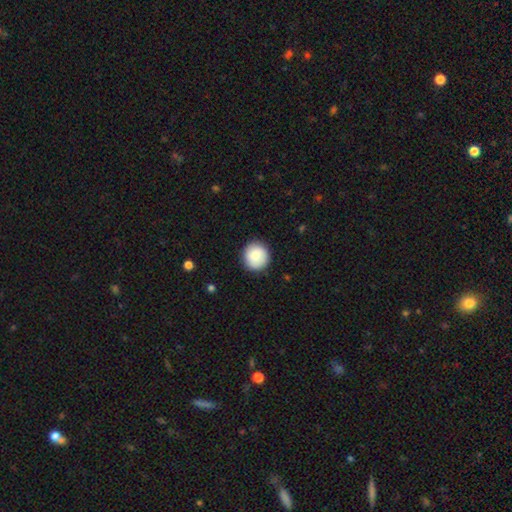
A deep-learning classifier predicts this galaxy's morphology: smooth-or-featured: smooth: 85% | featured or disk: 8% | star or artifact: 7%
  how-rounded: round: 93% | in between: 6% | cigar-shaped: 1%
  merging: none: 90% | minor disturbance: 7% | major disturbance: 2% | merger: 1%